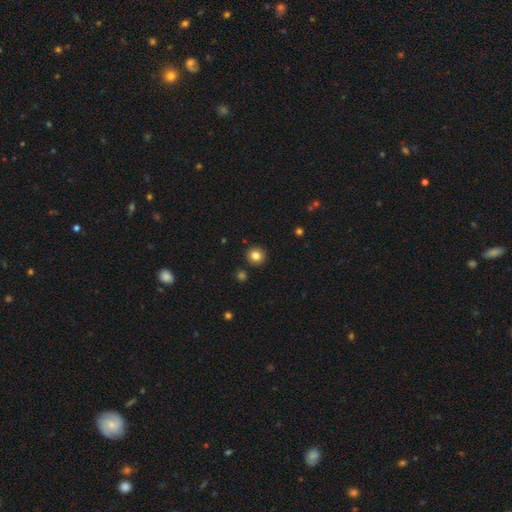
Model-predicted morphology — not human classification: This is clearly a smooth galaxy (83%). How rounded: clearly round (93%). Merging: clearly none (91%).